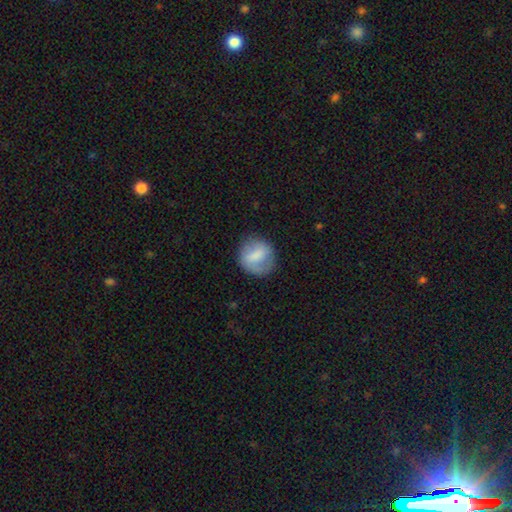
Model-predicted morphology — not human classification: This is likely a smooth galaxy (70%). How rounded: clearly round (83%). Merging: likely none (72%).